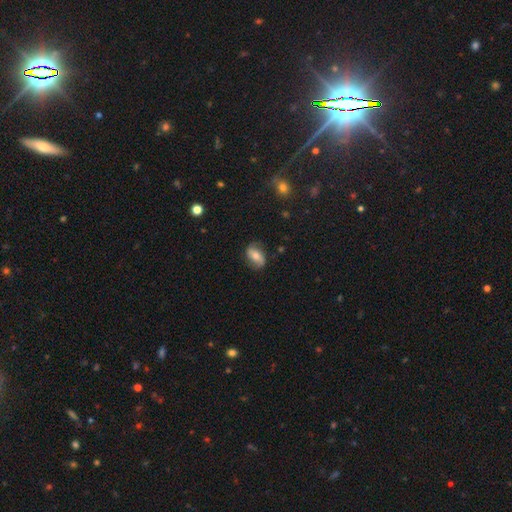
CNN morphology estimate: Smooth or featured? Predicted: smooth (p=0.50). How rounded? Predicted: in between (p=0.84). Merging? Predicted: none (p=0.74).